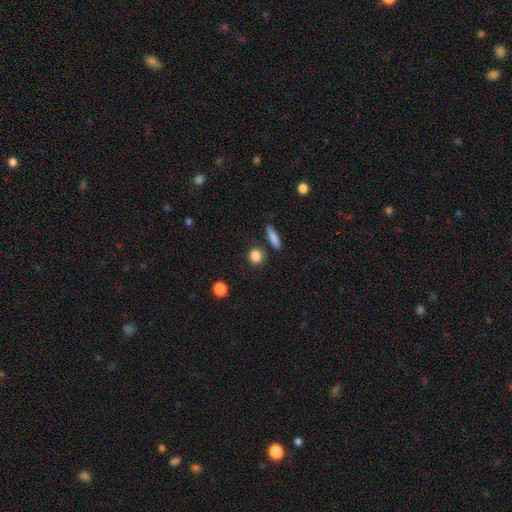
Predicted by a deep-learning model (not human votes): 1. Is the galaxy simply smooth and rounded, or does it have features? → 86% smooth, 9% star or artifact, 5% featured or disk.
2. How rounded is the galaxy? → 80% round, 17% in between, 3% cigar-shaped.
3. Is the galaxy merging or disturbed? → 83% none, 9% minor disturbance, 5% merger, 3% major disturbance.